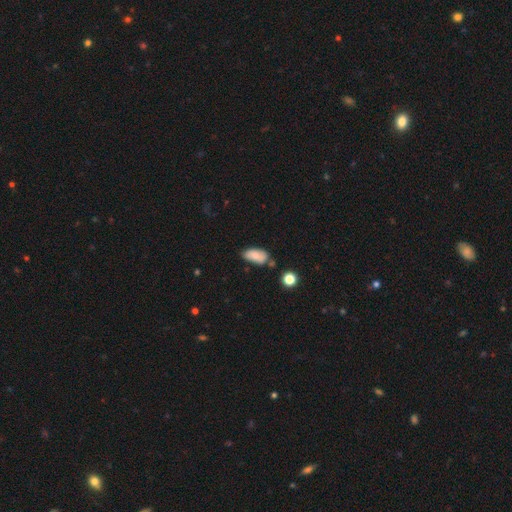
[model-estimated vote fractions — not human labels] smooth-or-featured: smooth: 75% | featured or disk: 17% | star or artifact: 8%
  how-rounded: in between: 92% | cigar-shaped: 5% | round: 4%
  merging: none: 55% | minor disturbance: 30% | merger: 9% | major disturbance: 6%